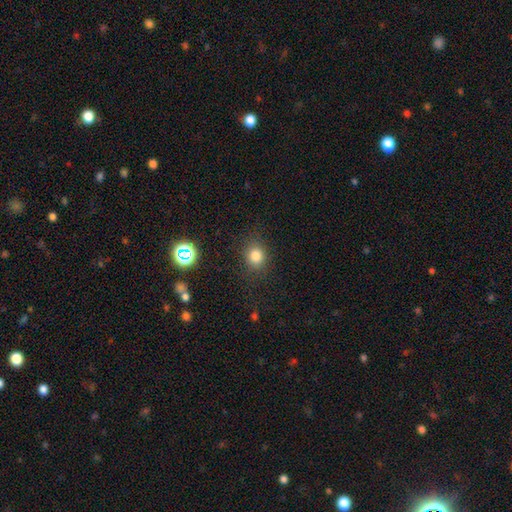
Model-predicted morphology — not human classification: type=smooth (80%); roundness=round (72%); merging=none (84%).